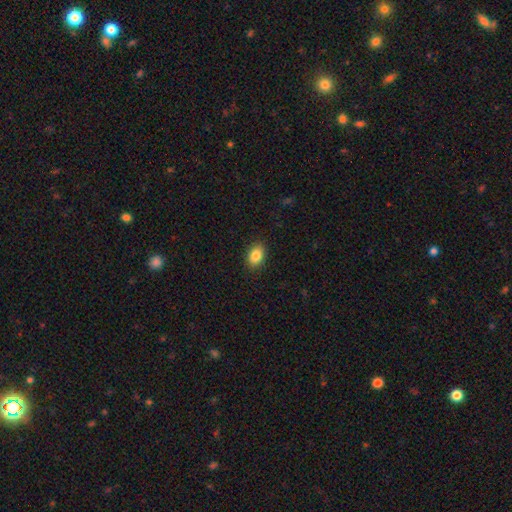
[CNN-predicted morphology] smooth-or-featured: smooth: 86% | star or artifact: 8% | featured or disk: 6%
  how-rounded: in between: 81% | round: 17% | cigar-shaped: 1%
  merging: none: 89% | minor disturbance: 8% | major disturbance: 2% | merger: 1%